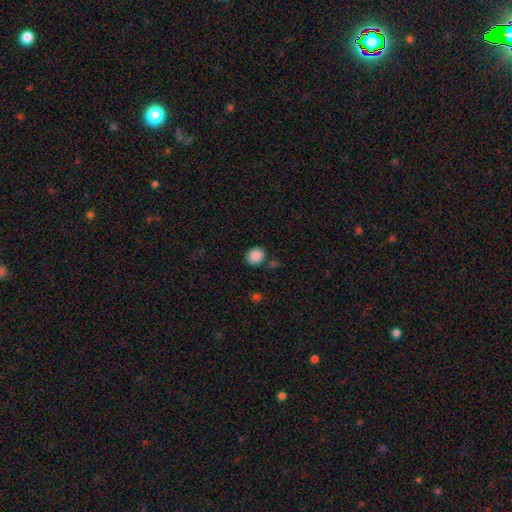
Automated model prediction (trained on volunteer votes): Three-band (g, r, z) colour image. It shows a smooth galaxy with no disk features (88%) that is round (81%). Merging: none (82%).